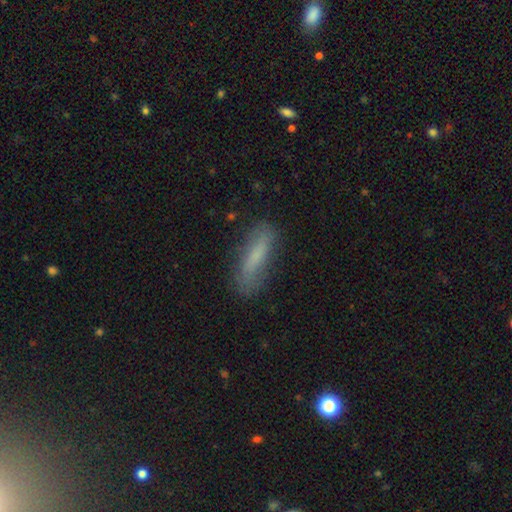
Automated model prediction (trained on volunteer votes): Q: Smooth or featured?
A: smooth (71%); runner-up: featured or disk (21%)
Q: How rounded?
A: cigar-shaped (70%); runner-up: in between (28%)
Q: Merging?
A: none (75%); runner-up: minor disturbance (18%)